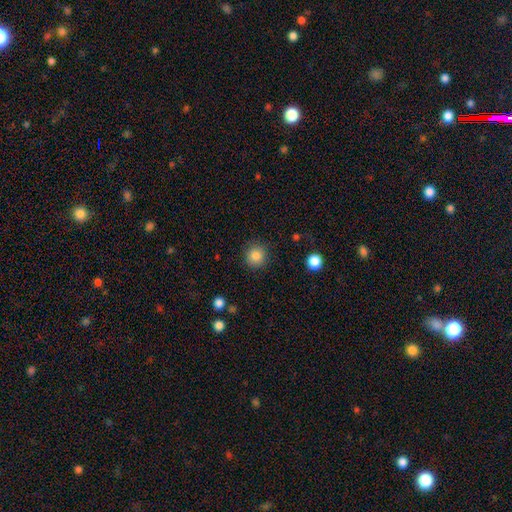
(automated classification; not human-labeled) smooth 84%, star or artifact 10%, featured or disk 5%. Down the decision tree: how rounded — round (93%); merging — none (89%).